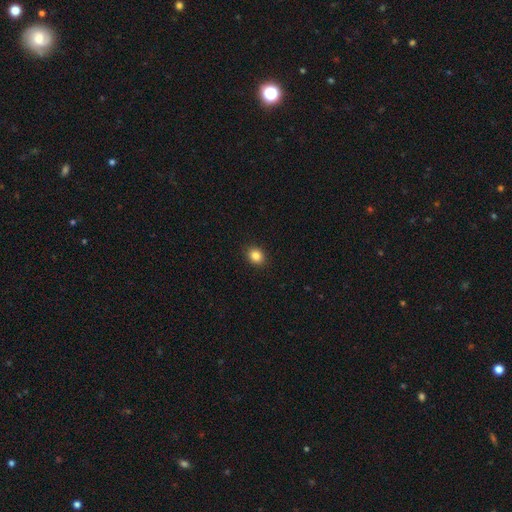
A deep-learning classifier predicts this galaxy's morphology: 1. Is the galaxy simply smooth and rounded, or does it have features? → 85% smooth, 10% star or artifact, 5% featured or disk.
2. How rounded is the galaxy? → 55% round, 44% in between, 1% cigar-shaped.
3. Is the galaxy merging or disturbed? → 91% none, 6% minor disturbance, 2% major disturbance, 1% merger.